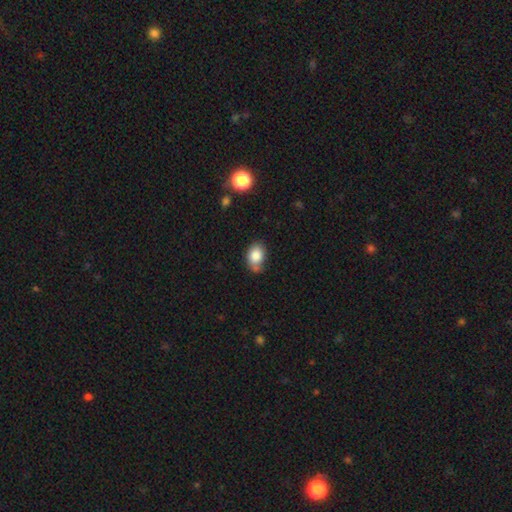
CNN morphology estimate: Overall: smooth (83%). How rounded: in between (70%). Merging: none (56%; minor disturbance 27%).